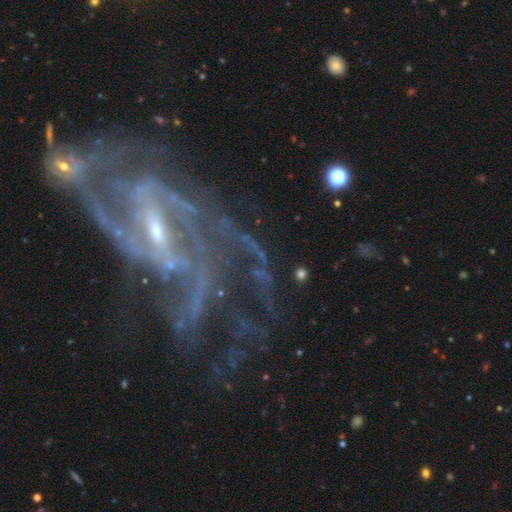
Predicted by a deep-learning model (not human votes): This is clearly a featured or disk galaxy (90%). It is clearly not viewed edge-on (96%). Bar: marginally strong (45%). Spiral arm pattern: clearly yes (97%). Spiral arm count: marginally 2 (25%). Spiral winding: possibly medium (50%). Central bulge: likely small (77%). Merging: possibly none (48%).